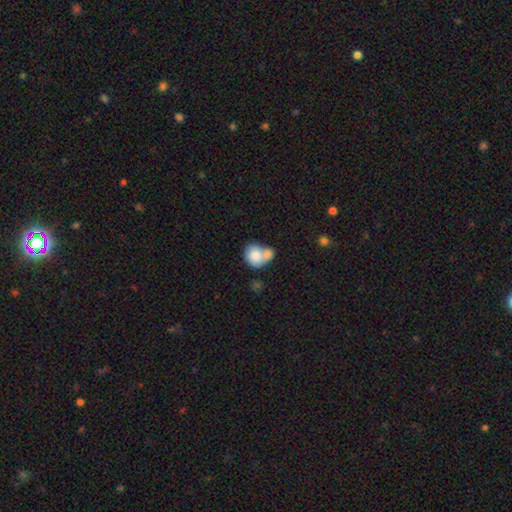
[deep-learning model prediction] Smooth or featured? Predicted: smooth (p=0.79). How rounded? Predicted: round (p=0.67). Merging? Predicted: merger (p=0.62).